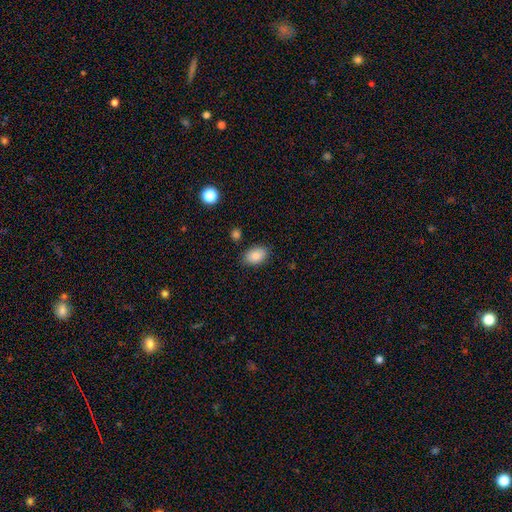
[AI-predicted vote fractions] Smooth or featured? smooth (87%)
How rounded? in between (86%)
Merging? none (83%)